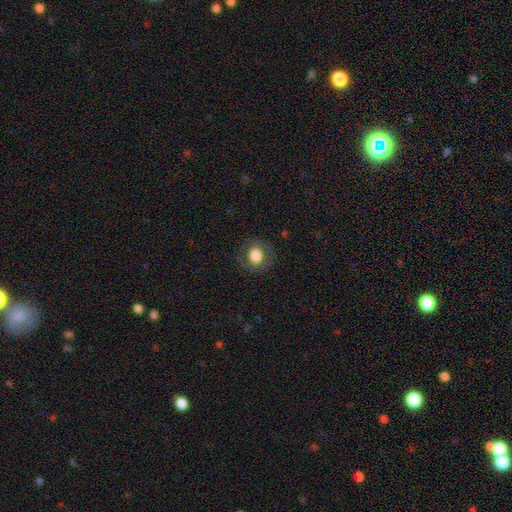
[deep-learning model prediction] Smooth or featured: smooth — 75% (featured or disk — 16%)
How rounded: round — 74% (in between — 25%)
Merging: none — 82% (minor disturbance — 11%)